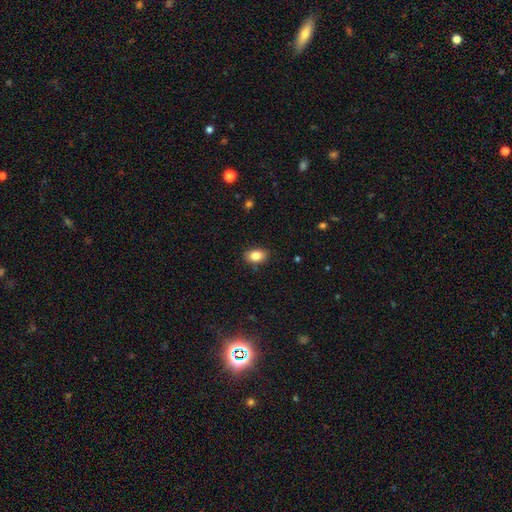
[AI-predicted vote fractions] Smooth or featured: smooth — 84% (star or artifact — 9%)
How rounded: in between — 83% (round — 15%)
Merging: none — 86% (minor disturbance — 10%)